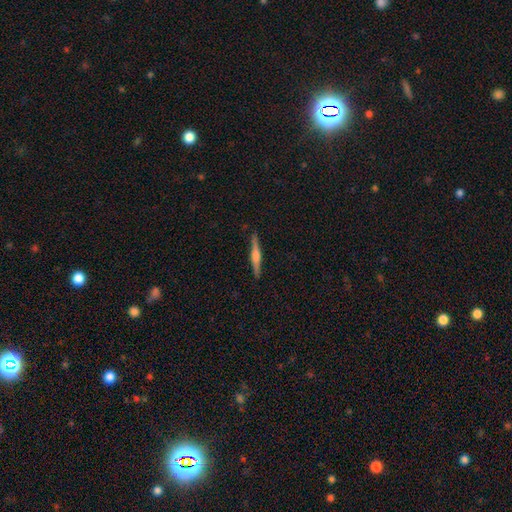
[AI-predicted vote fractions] This appears to be a featured or disk galaxy (68%) viewed edge-on (98%) with a rounded central bulge (67%). Merging: none (91%).